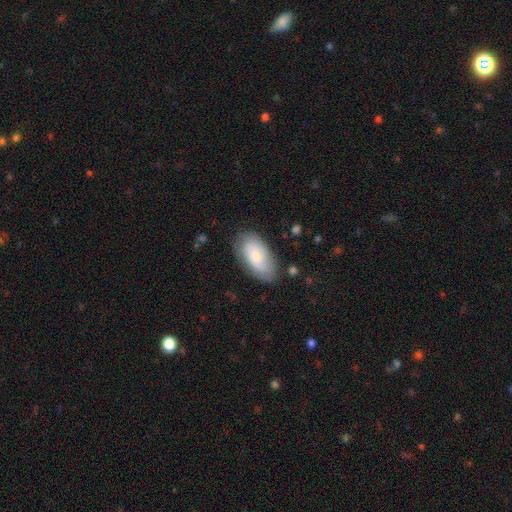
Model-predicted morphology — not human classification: Smooth or featured? smooth (62%)
How rounded? in between (93%)
Merging? none (76%)